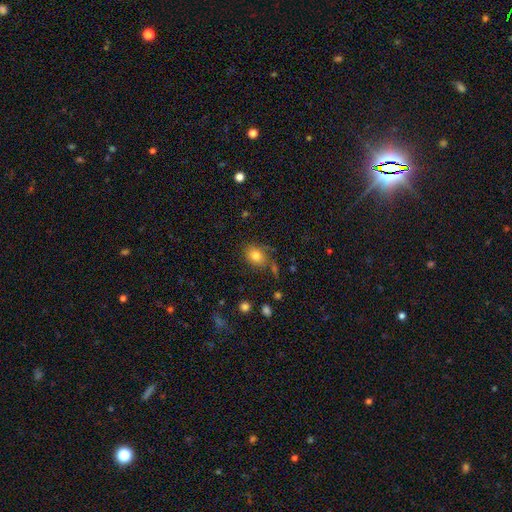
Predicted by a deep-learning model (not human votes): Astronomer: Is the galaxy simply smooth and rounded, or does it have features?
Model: smooth — 80%.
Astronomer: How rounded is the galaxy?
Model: in between — 59% (runner-up: round, 40%).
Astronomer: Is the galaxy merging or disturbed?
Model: none — 73%.